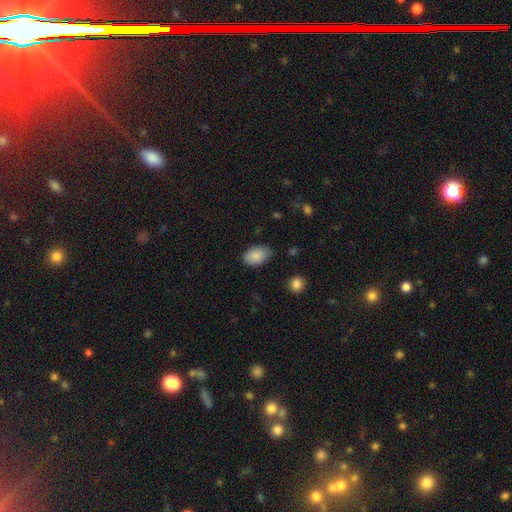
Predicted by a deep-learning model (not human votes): A smooth galaxy with no disk features (87%) that is in between round and cigar-shaped (89%).

Vote fractions:
- Smooth or featured? smooth: 87% / star or artifact: 7% / featured or disk: 6%
- How rounded? in between: 89% / round: 10% / cigar-shaped: 1%
- Merging? none: 77% / minor disturbance: 19% / major disturbance: 3% / merger: 2%